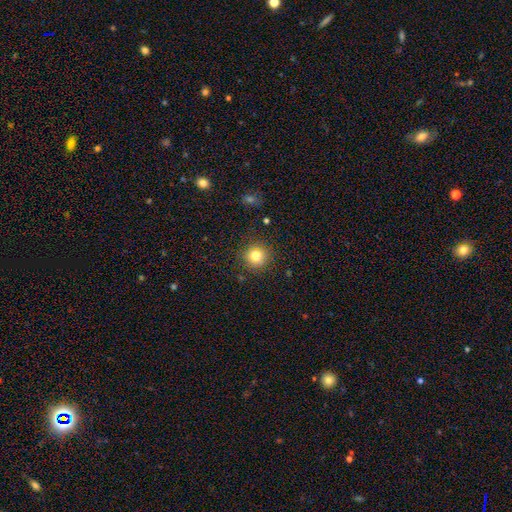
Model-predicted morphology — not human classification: Overall: smooth (80%). How rounded: round (93%). Merging: none (89%).